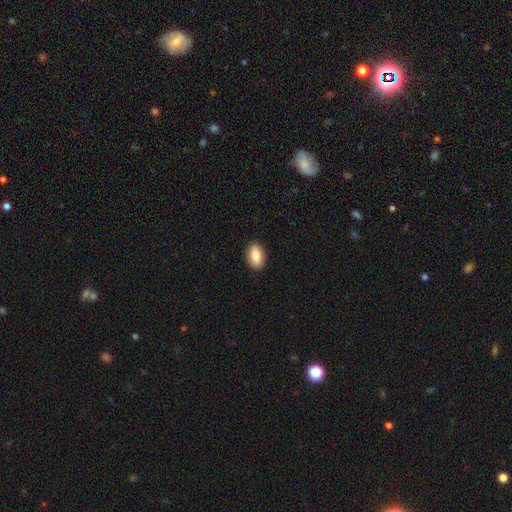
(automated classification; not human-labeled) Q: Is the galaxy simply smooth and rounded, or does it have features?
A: smooth — 85%.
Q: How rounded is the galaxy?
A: in between — 90%.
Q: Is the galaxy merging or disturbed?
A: none — 90%.